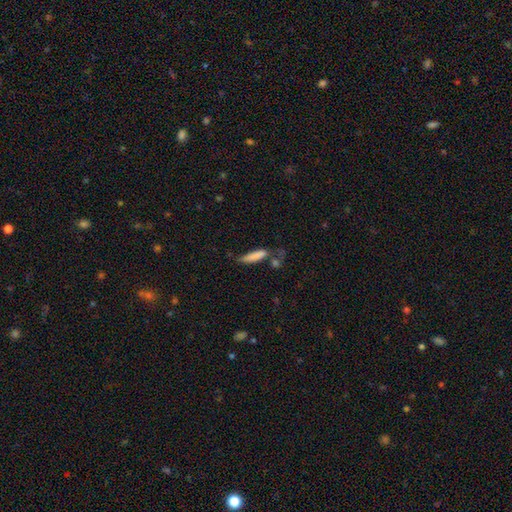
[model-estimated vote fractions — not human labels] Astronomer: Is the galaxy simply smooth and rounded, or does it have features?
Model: smooth — 81%.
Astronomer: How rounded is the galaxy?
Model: cigar-shaped — 74%.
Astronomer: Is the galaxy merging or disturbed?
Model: none — 48% (runner-up: minor disturbance, 23%).